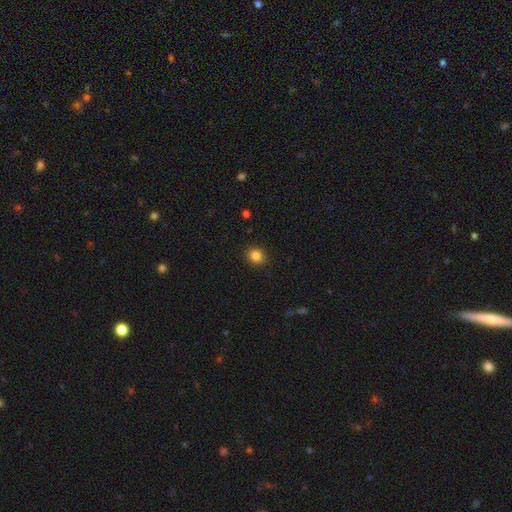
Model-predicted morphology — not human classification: The model was most divided on "how rounded": round: 74%, in between: 25%, cigar-shaped: 1%. More confident: merging — none (91%); smooth or featured — smooth (85%).